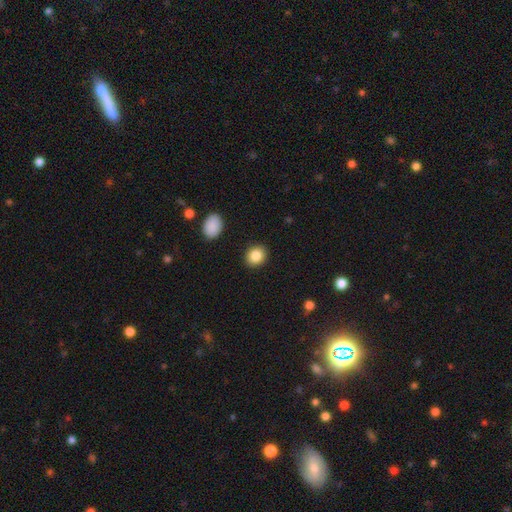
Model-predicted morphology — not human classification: The model was most divided on "how rounded": round: 65%, in between: 34%, cigar-shaped: 1%. More confident: merging — none (90%); smooth or featured — smooth (86%).